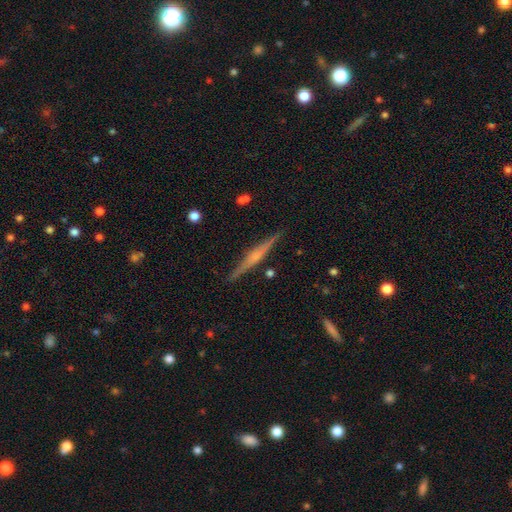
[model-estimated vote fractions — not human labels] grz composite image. It shows a featured or disk galaxy (74%) viewed edge-on (98%) with a rounded central bulge (65%). Merging: none (90%).